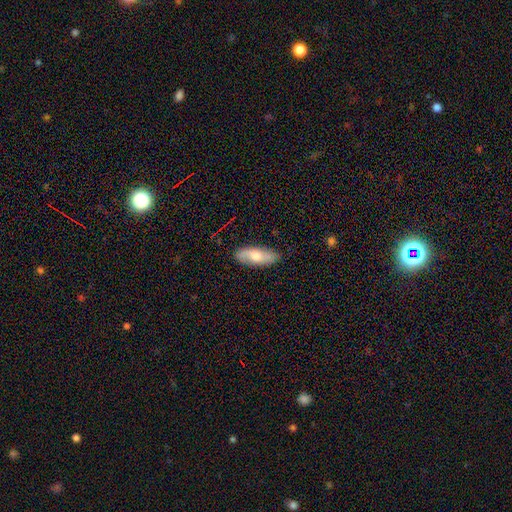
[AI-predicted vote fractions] Smooth or featured? smooth (60%)
How rounded? in between (73%)
Merging? none (82%)